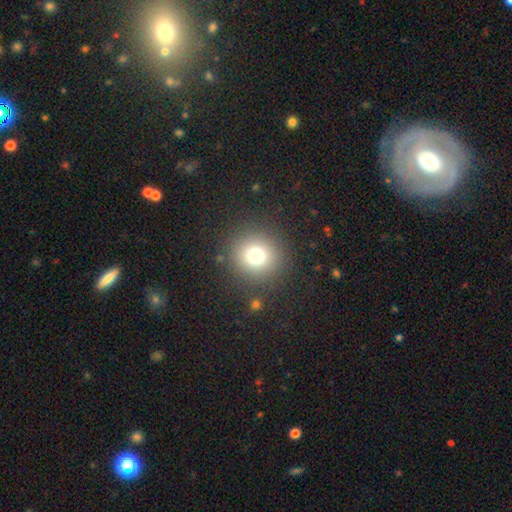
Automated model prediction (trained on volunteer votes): Overall: smooth (73%). How rounded: round (93%). Merging: none (88%).